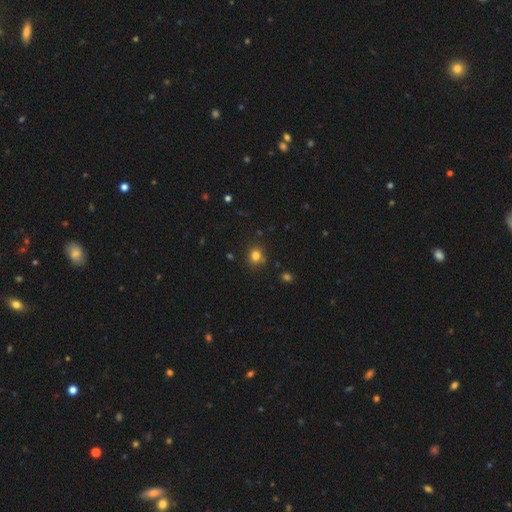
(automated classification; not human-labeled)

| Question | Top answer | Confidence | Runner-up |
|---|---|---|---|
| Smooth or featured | smooth | 80% | star or artifact (14%) |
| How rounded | round | 82% | in between (17%) |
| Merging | none | 82% | minor disturbance (11%) |